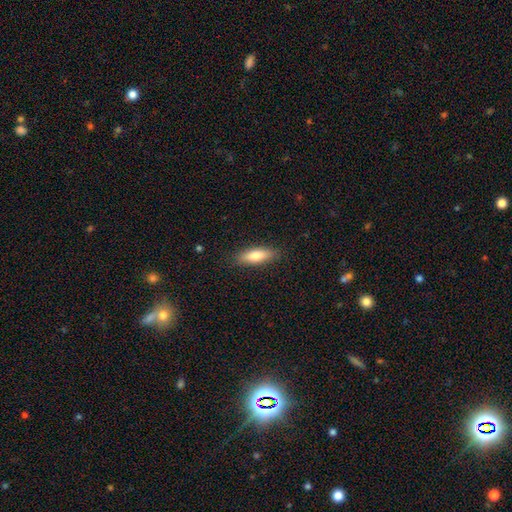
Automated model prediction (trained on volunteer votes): smooth_or_featured: smooth (p=0.77) [alt: featured or disk p=0.17]
how_rounded: in between (p=0.52) [alt: cigar-shaped p=0.46]
merging: none (p=0.87) [alt: minor disturbance p=0.10]